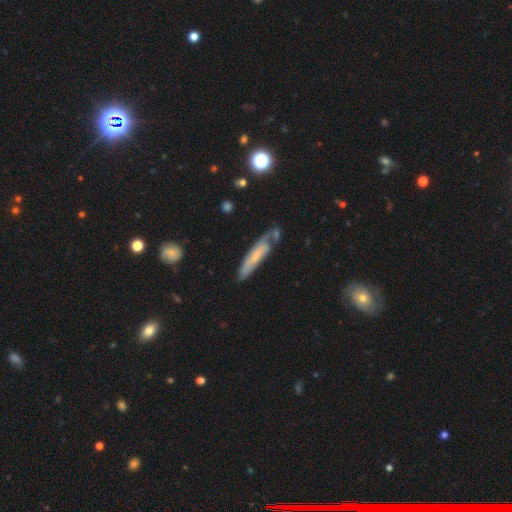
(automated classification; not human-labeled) smooth-or-featured: smooth: 47% | featured or disk: 46% | star or artifact: 7%
  merging: none: 55% | minor disturbance: 26% | merger: 11% | major disturbance: 9%